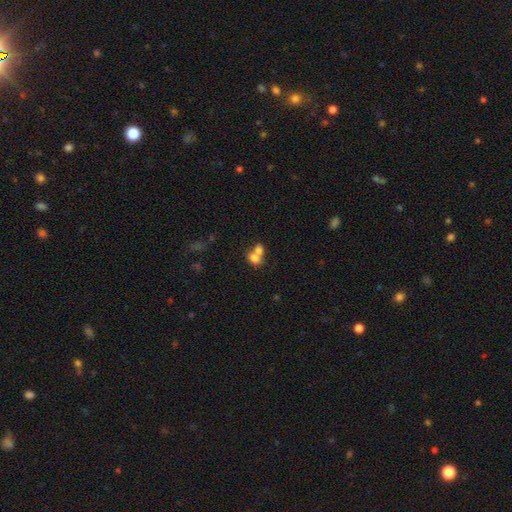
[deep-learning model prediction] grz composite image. It shows a smooth galaxy with no disk features (73%) that is in between round and cigar-shaped (51%). Merging: merger (67%).